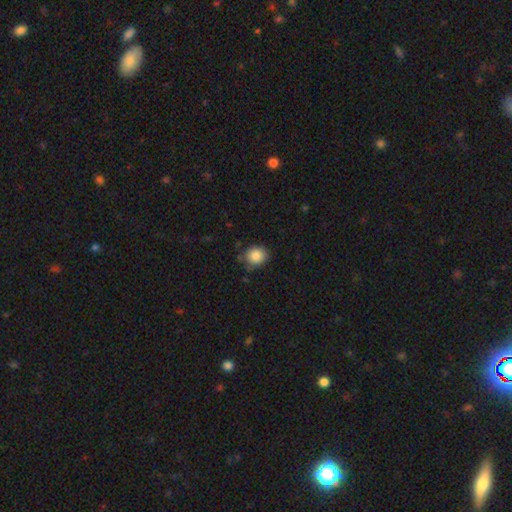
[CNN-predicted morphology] type=smooth (86%); roundness=round (79%); merging=none (75%).